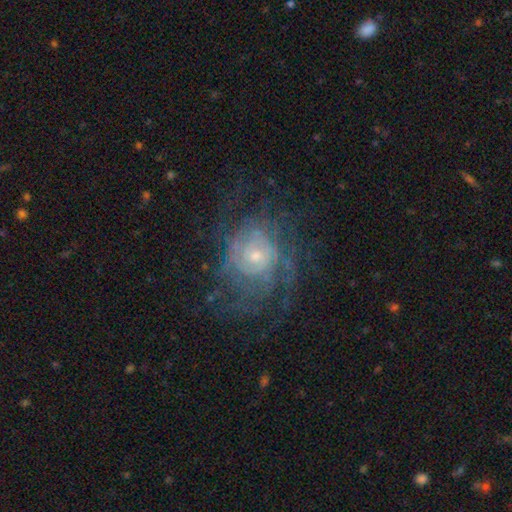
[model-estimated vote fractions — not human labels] smooth-or-featured: featured or disk: 79% | smooth: 12% | star or artifact: 9%
  disk-edge-on: no: 97% | yes: 3%
    bar: no: 77% | weak: 20% | strong: 4%
    has-spiral-arms: yes: 87% | no: 13%
      spiral-winding: tight: 63% | medium: 27% | loose: 10%
      spiral-arm-count: can't tell: 50% | 2: 14% | 4: 11% | 3: 10% | more than 4: 9% | 1: 6%
    bulge-size: small: 60% | moderate: 34% | large: 3% | none: 2% | dominant: 1%
  merging: none: 66% | minor disturbance: 17% | major disturbance: 16% | merger: 1%